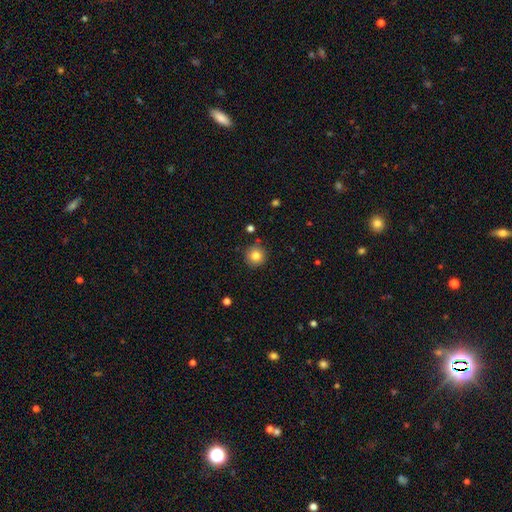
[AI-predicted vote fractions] Smooth or featured: smooth — 82% (star or artifact — 11%)
How rounded: round — 94% (in between — 5%)
Merging: none — 88% (minor disturbance — 8%)